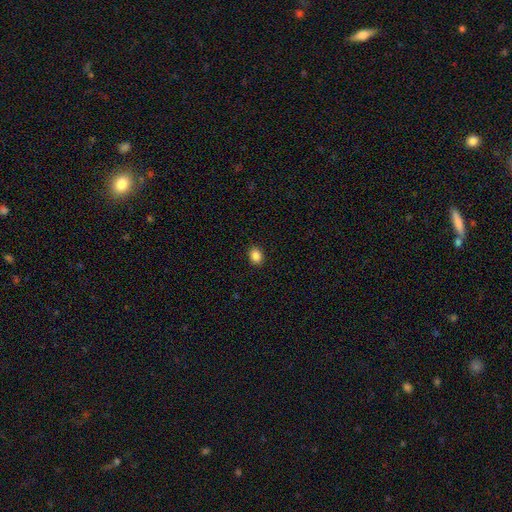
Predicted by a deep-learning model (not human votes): A smooth galaxy with no disk features (86%) that is in between round and cigar-shaped (55%).

Vote fractions:
- Smooth or featured? smooth: 86% / star or artifact: 10% / featured or disk: 4%
- How rounded? in between: 55% / round: 44% / cigar-shaped: 1%
- Merging? none: 90% / minor disturbance: 7% / major disturbance: 2% / merger: 1%